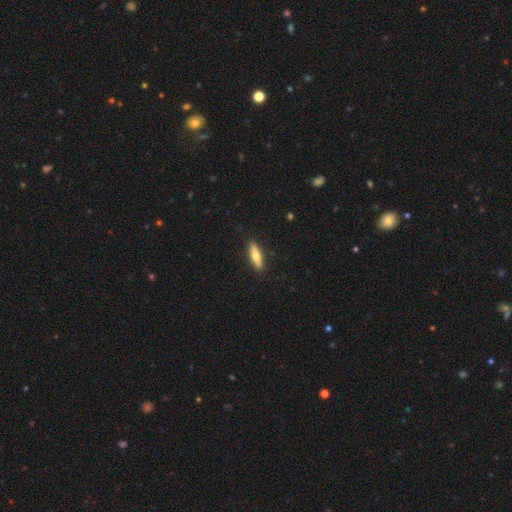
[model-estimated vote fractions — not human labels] Smooth or featured? smooth (65%)
How rounded? cigar-shaped (66%)
Merging? none (89%)